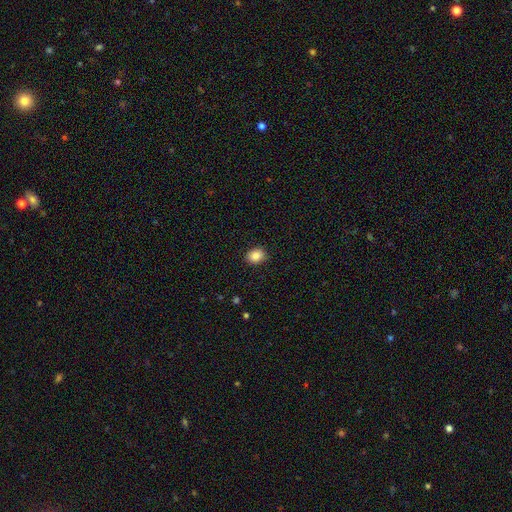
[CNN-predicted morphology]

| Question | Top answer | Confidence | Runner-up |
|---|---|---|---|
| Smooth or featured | smooth | 87% | star or artifact (9%) |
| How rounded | in between | 58% | round (41%) |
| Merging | none | 88% | minor disturbance (9%) |